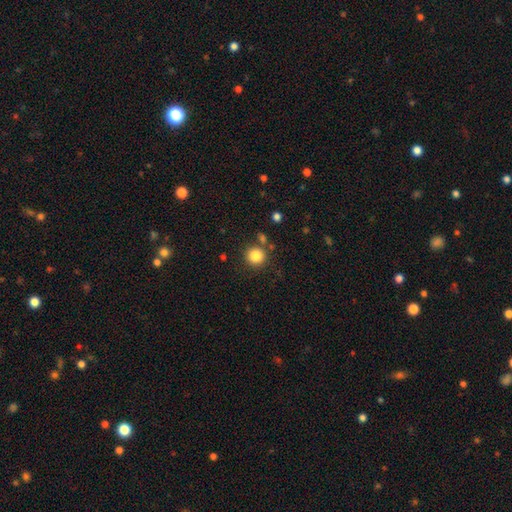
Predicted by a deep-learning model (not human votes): Overall: smooth (84%). How rounded: round (92%). Merging: none (81%).